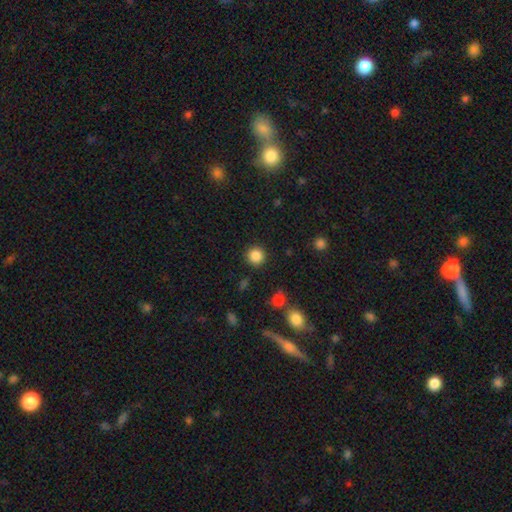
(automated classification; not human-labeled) A smooth galaxy with no disk features (86%) that is round (94%).

Vote fractions:
- Smooth or featured? smooth: 86% / star or artifact: 11% / featured or disk: 4%
- How rounded? round: 94% / in between: 5% / cigar-shaped: 1%
- Merging? none: 90% / minor disturbance: 6% / major disturbance: 2% / merger: 2%